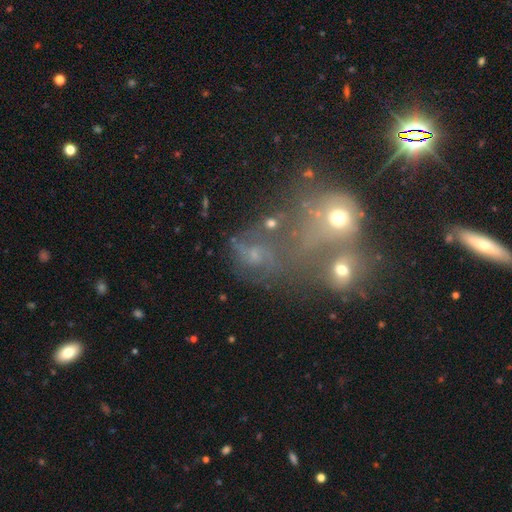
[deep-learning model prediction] Smooth or featured: smooth — 37% (featured or disk — 35%)
Merging: merger — 45% (none — 26%)